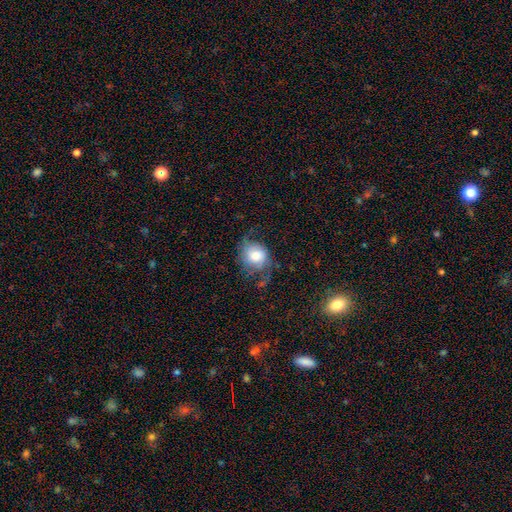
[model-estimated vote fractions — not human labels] Smooth or featured? Predicted: smooth (p=0.50). How rounded? Predicted: round (p=0.71). Merging? Predicted: none (p=0.49).